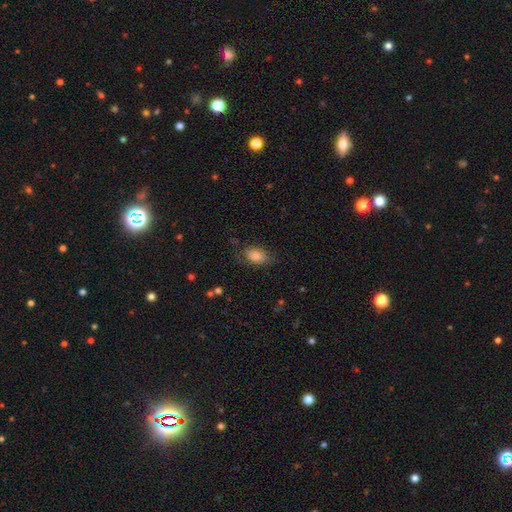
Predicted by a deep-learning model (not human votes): Overall: smooth (83%). How rounded: in between (88%). Merging: none (68%).